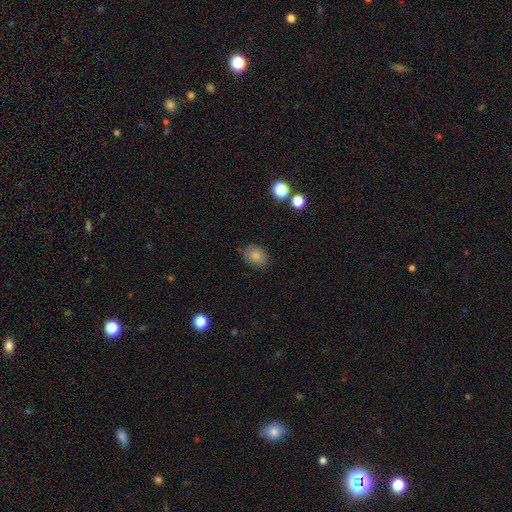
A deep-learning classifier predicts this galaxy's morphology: A smooth galaxy with no disk features (82%) that is in between round and cigar-shaped (57%).

Vote fractions:
- Smooth or featured? smooth: 82% / star or artifact: 10% / featured or disk: 9%
- How rounded? in between: 57% / round: 42% / cigar-shaped: 1%
- Merging? none: 80% / minor disturbance: 15% / major disturbance: 3% / merger: 2%